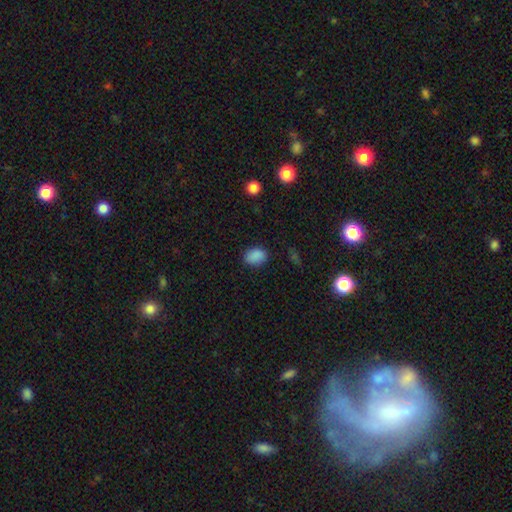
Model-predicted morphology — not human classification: Smooth or featured? smooth (87%)
How rounded? in between (74%)
Merging? none (83%)